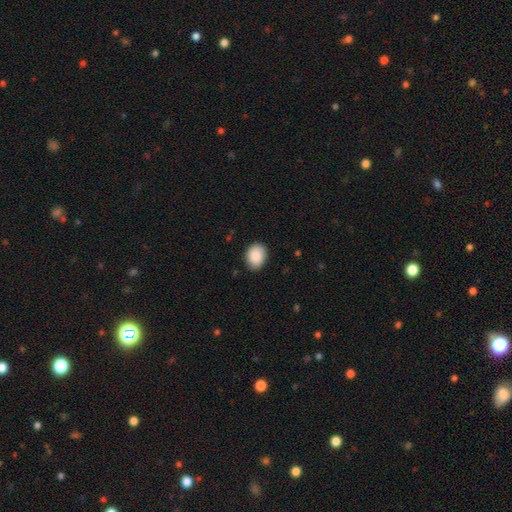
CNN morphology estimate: Smooth or featured? Predicted: smooth (p=0.89). How rounded? Predicted: in between (p=0.52). Merging? Predicted: none (p=0.83).